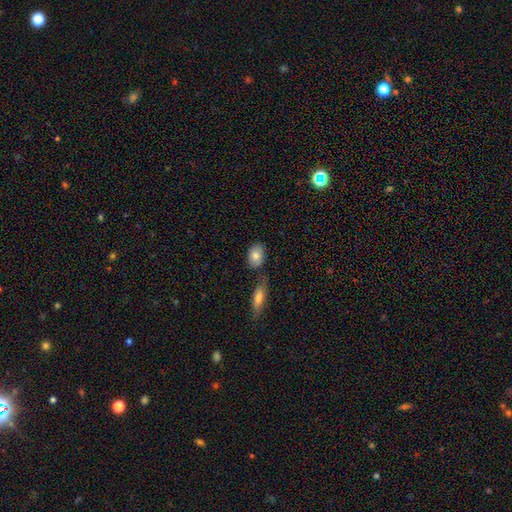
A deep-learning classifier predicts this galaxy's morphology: Smooth or featured? Predicted: smooth (p=0.79). How rounded? Predicted: in between (p=0.80). Merging? Predicted: none (p=0.67).